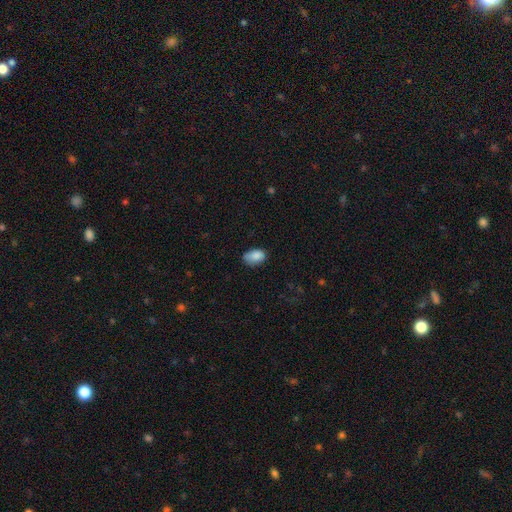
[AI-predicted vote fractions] Overall: smooth (85%). How rounded: in between (87%). Merging: none (64%; minor disturbance 28%).